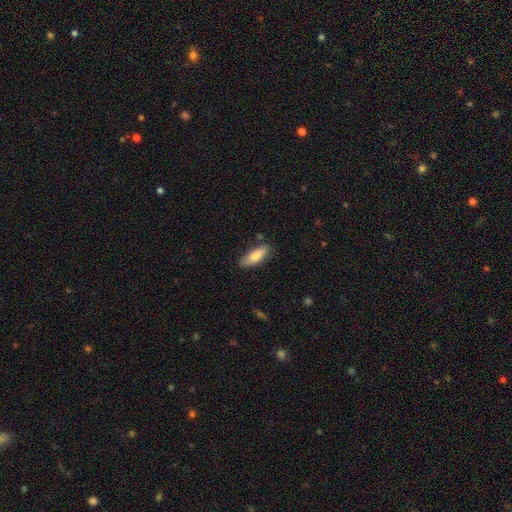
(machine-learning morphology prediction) This appears to be a smooth galaxy with no disk features (81%) that is in between round and cigar-shaped (67%). Merging: none (77%).